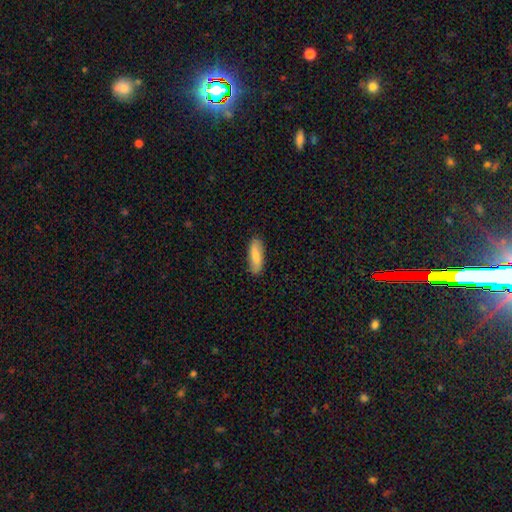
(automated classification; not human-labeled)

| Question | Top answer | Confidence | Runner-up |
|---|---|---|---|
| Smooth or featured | smooth | 82% | featured or disk (12%) |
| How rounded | in between | 55% | cigar-shaped (43%) |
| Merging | none | 85% | minor disturbance (12%) |